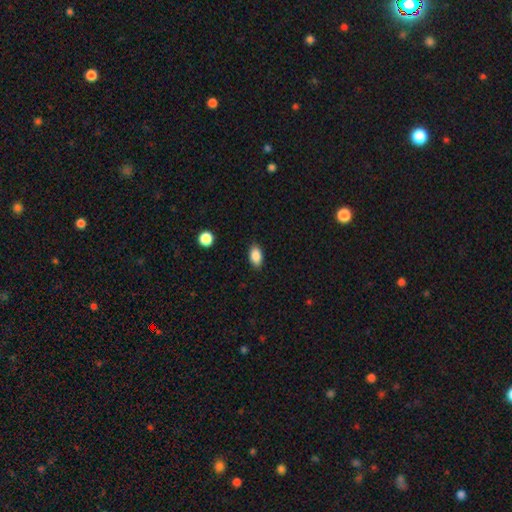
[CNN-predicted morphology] smooth 87%, star or artifact 8%, featured or disk 5%. Down the decision tree: how rounded — in between (91%); merging — none (88%).